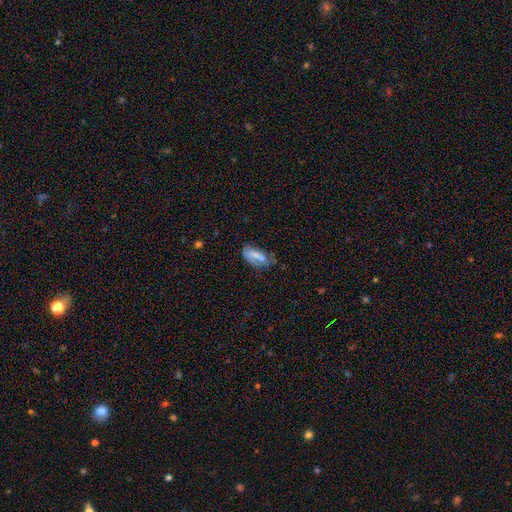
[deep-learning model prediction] A smooth galaxy with no disk features (65%) that is in between round and cigar-shaped (81%).

Vote fractions:
- Smooth or featured? smooth: 65% / featured or disk: 24% / star or artifact: 11%
- How rounded? in between: 81% / cigar-shaped: 16% / round: 4%
- Merging? none: 51% / minor disturbance: 30% / major disturbance: 15% / merger: 5%